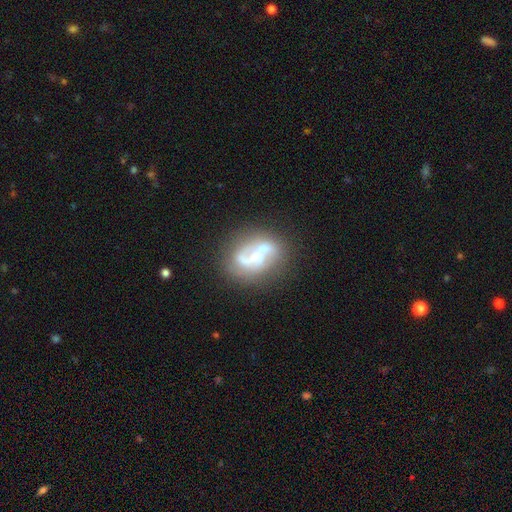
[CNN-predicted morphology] Smooth or featured?
  - featured or disk: 75% *
  - smooth: 17%
  - star or artifact: 9%
Edge-on disk?
  - no: 97% *
  - yes: 3%
Bar?
  - no: 44% *
  - weak: 34%
  - strong: 21%
Spiral arms?
  - yes: 75% *
  - no: 25%
Spiral winding?
  - loose: 48% *
  - medium: 37%
  - tight: 15%
Spiral arm count?
  - 2: 69% *
  - can't tell: 12%
  - 1: 8%
  - 3: 7%
  - 4: 2%
  - more than 4: 2%
Bulge size?
  - small: 46% *
  - moderate: 29%
  - none: 18%
  - large: 5%
  - dominant: 2%
Merging?
  - none: 52% *
  - minor disturbance: 18%
  - major disturbance: 17%
  - merger: 13%